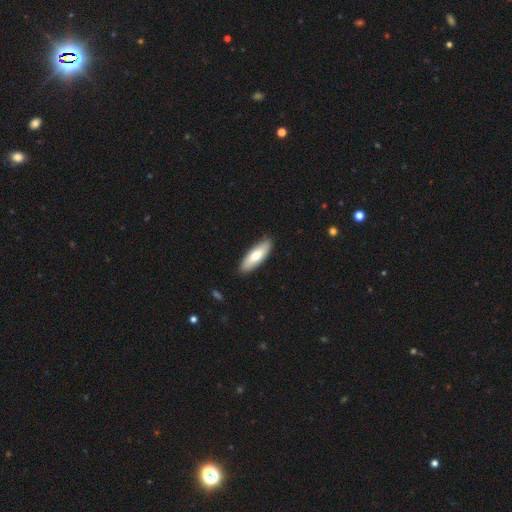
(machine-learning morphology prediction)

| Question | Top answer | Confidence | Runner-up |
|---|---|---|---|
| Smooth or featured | smooth | 74% | featured or disk (21%) |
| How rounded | in between | 59% | cigar-shaped (39%) |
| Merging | none | 89% | minor disturbance (8%) |